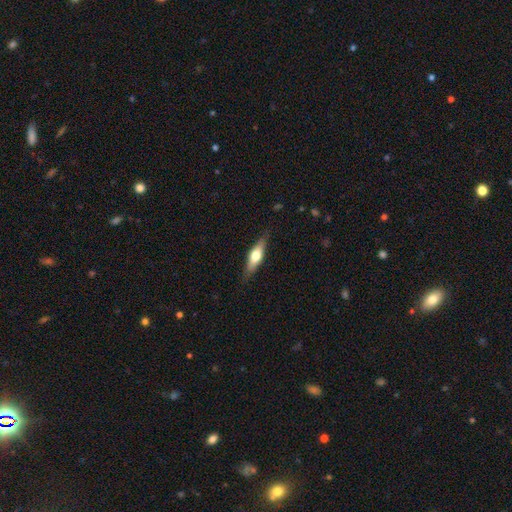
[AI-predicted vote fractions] This is possibly a smooth galaxy (53%). How rounded: possibly cigar-shaped (54%). Merging: clearly none (83%).